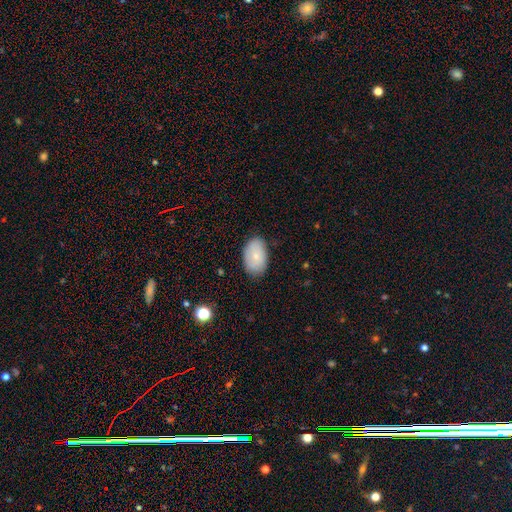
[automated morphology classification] smooth 75%, featured or disk 18%, star or artifact 7%. Down the decision tree: how rounded — in between (91%); merging — none (81%).